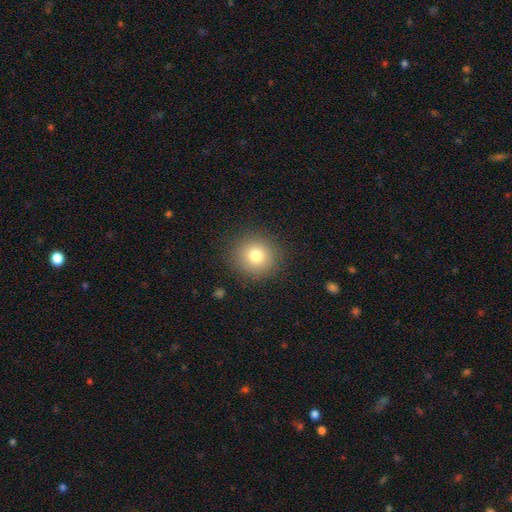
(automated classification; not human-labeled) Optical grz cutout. It shows a smooth galaxy with no disk features (78%) that is round (93%). Merging: none (89%).